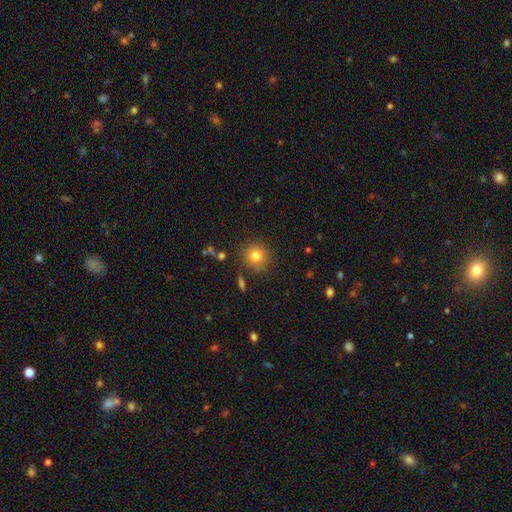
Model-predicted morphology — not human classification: smooth_or_featured: smooth (p=0.79) [alt: star or artifact p=0.13]
how_rounded: round (p=0.92) [alt: in between p=0.07]
merging: none (p=0.85) [alt: minor disturbance p=0.09]